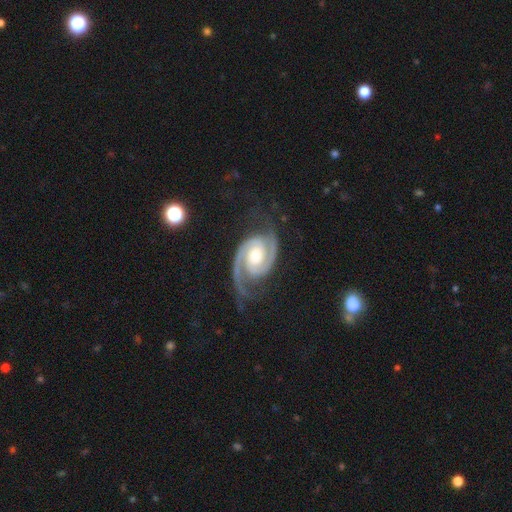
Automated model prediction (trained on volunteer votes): Smooth or featured: featured or disk — 94% (star or artifact — 3%)
Edge-on disk: no — 98% (yes — 2%)
Bar: no — 51% (weak — 34%)
Spiral arms: yes — 99% (no — 1%)
Spiral winding: tight — 49% (medium — 44%)
Spiral arm count: 2 — 94% (3 — 2%)
Bulge size: moderate — 67% (small — 20%)
Merging: none — 73% (minor disturbance — 18%)